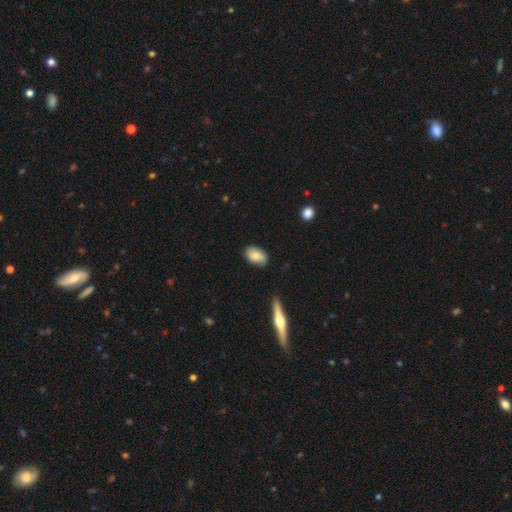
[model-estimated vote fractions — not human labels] This is likely a smooth galaxy (70%). How rounded: clearly in between (89%). Merging: likely none (77%).